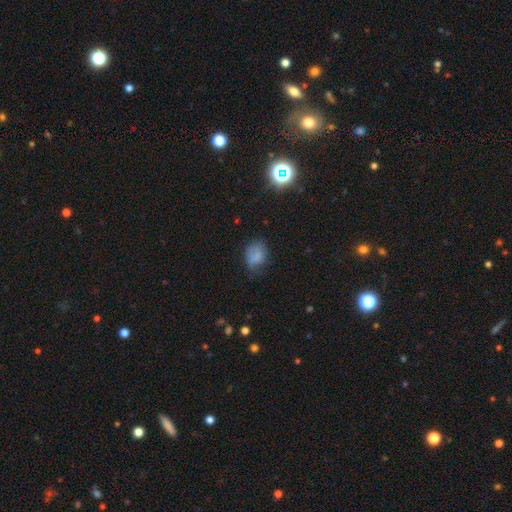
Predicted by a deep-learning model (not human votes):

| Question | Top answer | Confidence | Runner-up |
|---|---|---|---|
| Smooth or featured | smooth | 77% | star or artifact (12%) |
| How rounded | in between | 58% | round (41%) |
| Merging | none | 55% | minor disturbance (32%) |